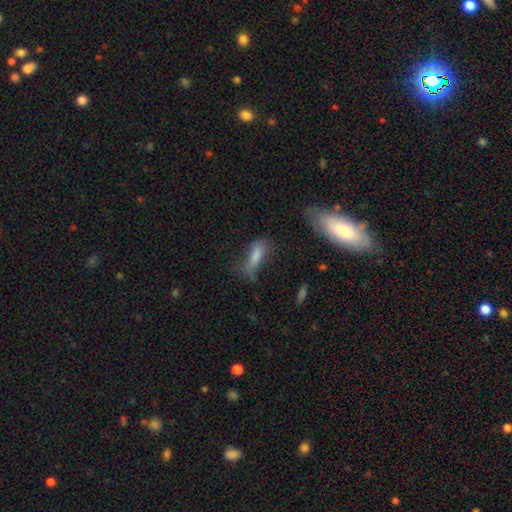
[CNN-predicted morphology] Smooth or featured: smooth — 65% (featured or disk — 24%)
How rounded: cigar-shaped — 51% (in between — 46%)
Merging: none — 44% (minor disturbance — 30%)